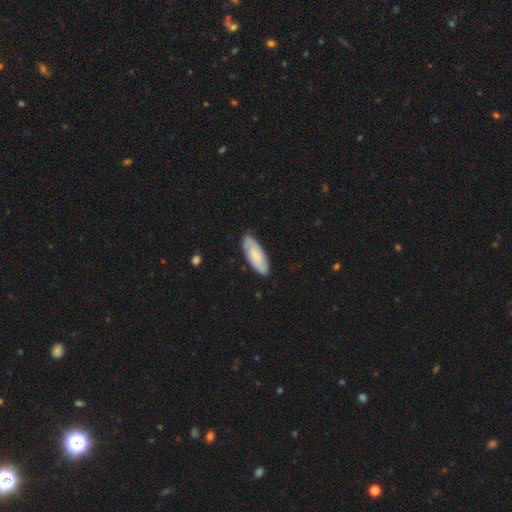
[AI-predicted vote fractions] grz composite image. It shows a smooth galaxy with no disk features (55%) that is in between round and cigar-shaped (68%). Merging: none (83%).